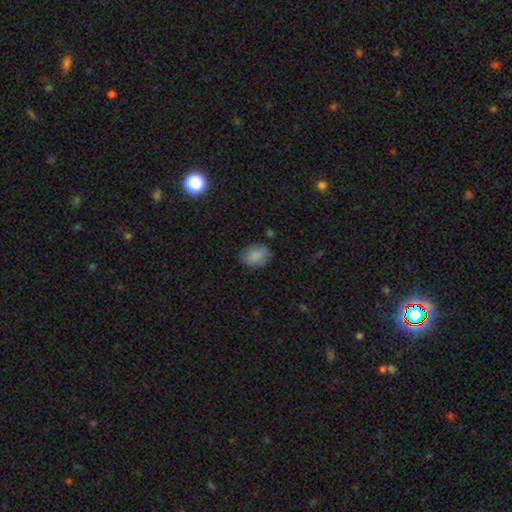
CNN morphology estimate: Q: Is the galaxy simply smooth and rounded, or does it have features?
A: smooth — 85%.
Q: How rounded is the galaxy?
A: in between — 64%.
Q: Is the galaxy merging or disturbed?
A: none — 75%.